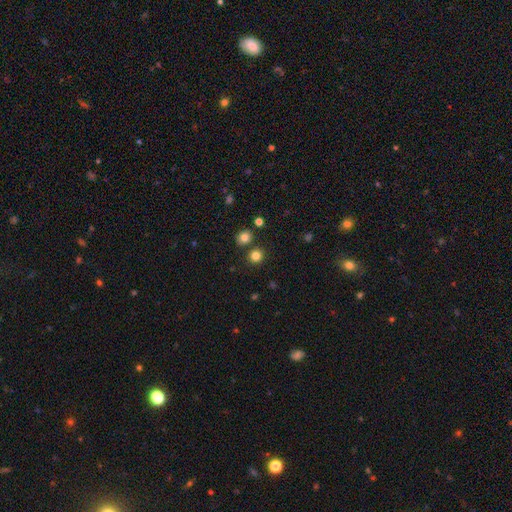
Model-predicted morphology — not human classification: Smooth or featured? smooth (81%)
How rounded? round (90%)
Merging? none (82%)